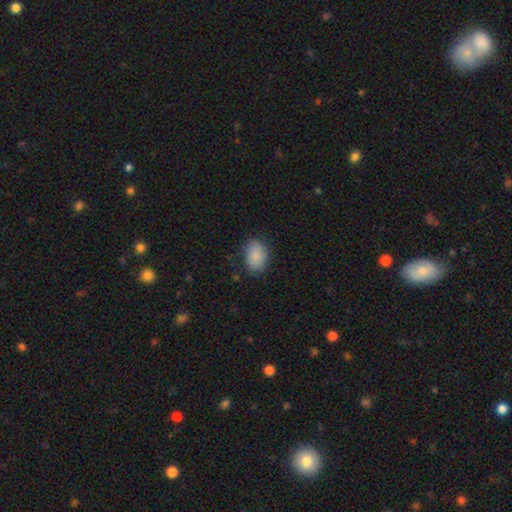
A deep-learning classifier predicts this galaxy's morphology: smooth_or_featured: smooth (p=0.87) [alt: star or artifact p=0.07]
how_rounded: in between (p=0.78) [alt: round p=0.21]
merging: none (p=0.78) [alt: minor disturbance p=0.16]